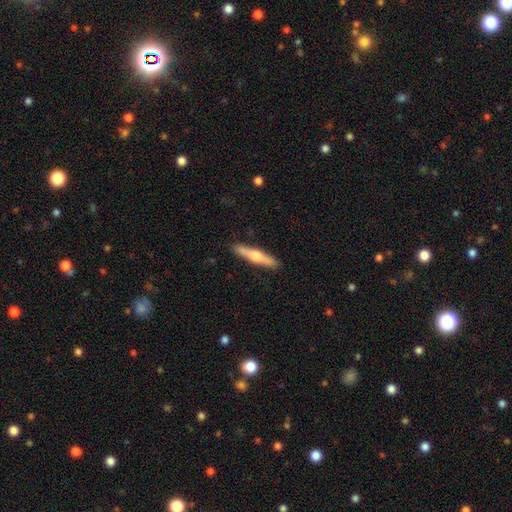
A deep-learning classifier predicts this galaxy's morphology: The model was most divided on "smooth or featured": featured or disk: 52%, smooth: 43%, star or artifact: 5%. More confident: edge-on disk — yes (95%); merging — none (90%).